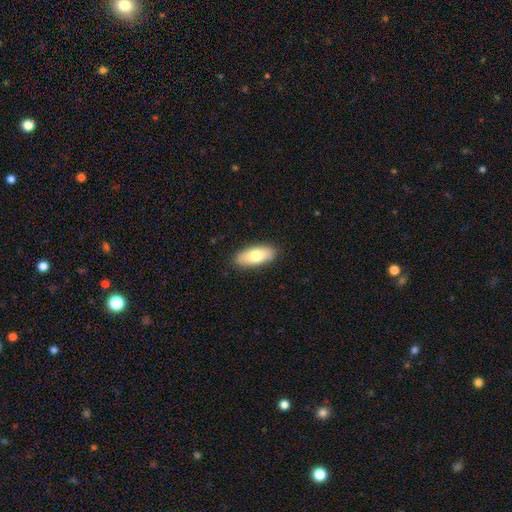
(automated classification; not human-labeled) The model was most divided on "smooth or featured": smooth: 75%, featured or disk: 19%, star or artifact: 6%. More confident: merging — none (88%); how rounded — in between (83%).